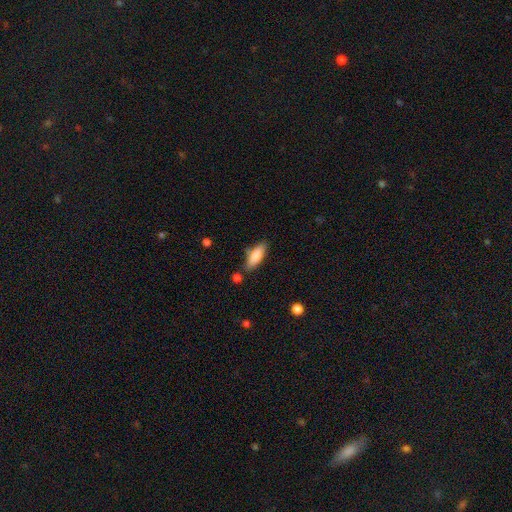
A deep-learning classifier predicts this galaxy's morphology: smooth_or_featured: smooth (p=0.78) [alt: featured or disk p=0.16]
how_rounded: in between (p=0.61) [alt: cigar-shaped p=0.37]
merging: none (p=0.76) [alt: minor disturbance p=0.15]